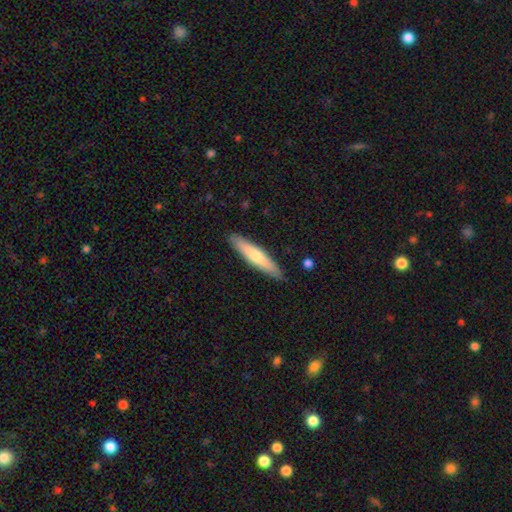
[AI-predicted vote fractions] smooth_or_featured: smooth (p=0.62) [alt: featured or disk p=0.33]
how_rounded: cigar-shaped (p=0.87) [alt: in between p=0.11]
merging: none (p=0.89) [alt: minor disturbance p=0.08]